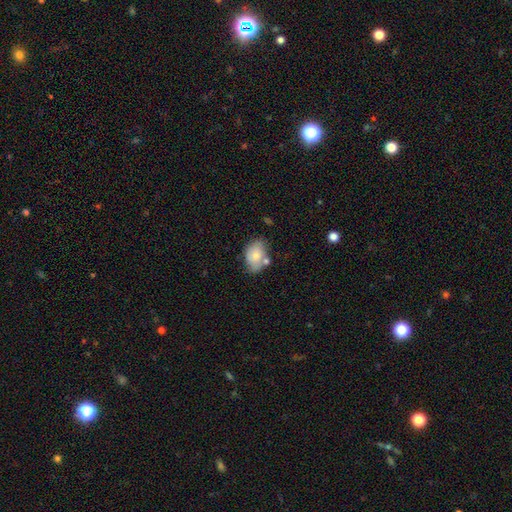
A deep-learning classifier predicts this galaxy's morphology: A smooth galaxy with no disk features (74%) that is in between round and cigar-shaped (83%). Merging: none (55%).